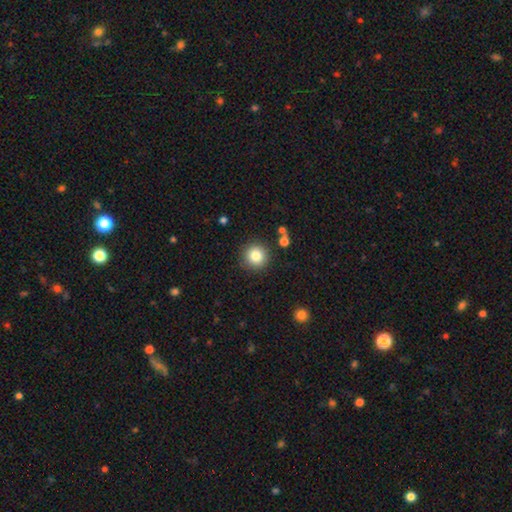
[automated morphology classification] Smooth or featured? Predicted: smooth (p=0.83). How rounded? Predicted: round (p=0.94). Merging? Predicted: none (p=0.88).